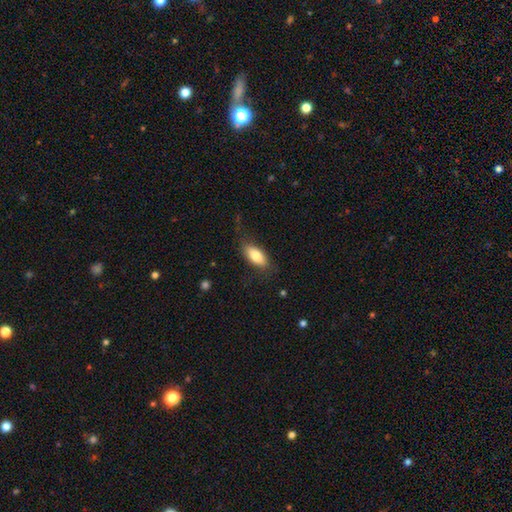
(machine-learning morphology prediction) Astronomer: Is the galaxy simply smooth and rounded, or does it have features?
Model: smooth — 80%.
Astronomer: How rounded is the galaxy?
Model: in between — 83%.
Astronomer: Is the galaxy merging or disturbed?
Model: none — 78%.